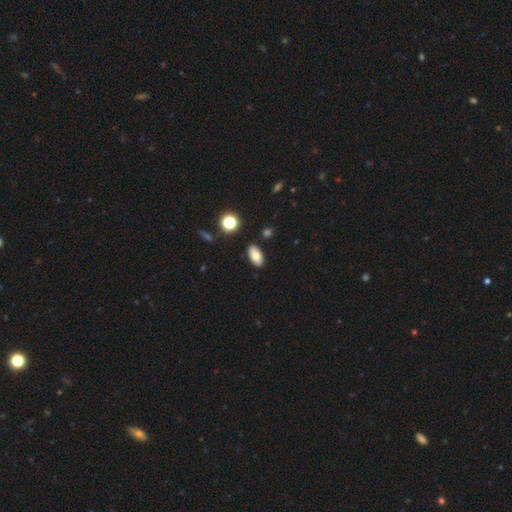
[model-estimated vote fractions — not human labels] smooth 76%, featured or disk 14%, star or artifact 10%. Down the decision tree: how rounded — in between (92%); merging — none (87%).